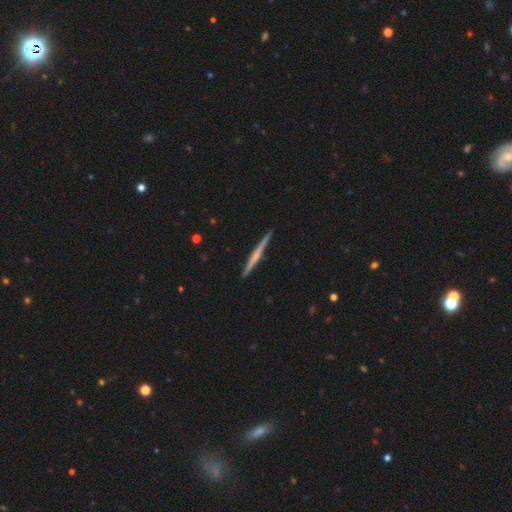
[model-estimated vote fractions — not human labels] Q: Smooth or featured?
A: featured or disk (66%); runner-up: smooth (28%)
Q: Edge-on disk?
A: yes (98%); runner-up: no (2%)
Q: Edge-on bulge?
A: rounded (49%); runner-up: none (41%)
Q: Merging?
A: none (91%); runner-up: minor disturbance (7%)